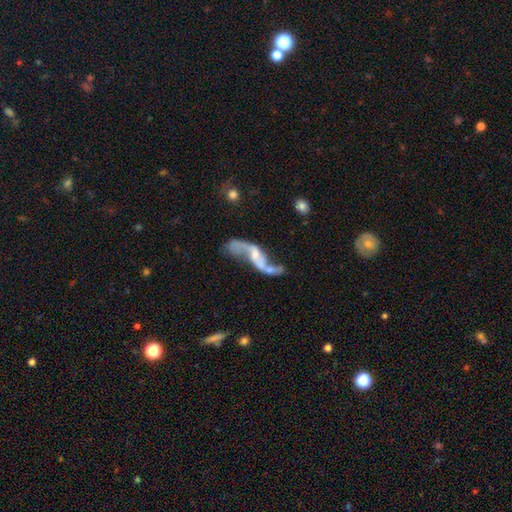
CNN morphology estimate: Smooth or featured? featured or disk (83%)
Edge-on disk? no (90%)
Bar? no (46%)
Spiral arms? yes (88%)
Spiral winding? loose (91%)
Spiral arm count? 2 (90%)
Bulge size? small (47%)
Merging? none (43%)